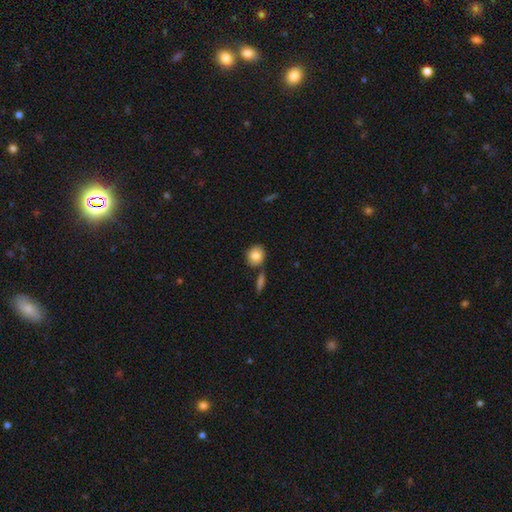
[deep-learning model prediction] This is clearly a smooth galaxy (83%). How rounded: likely round (71%). Merging: likely none (71%).